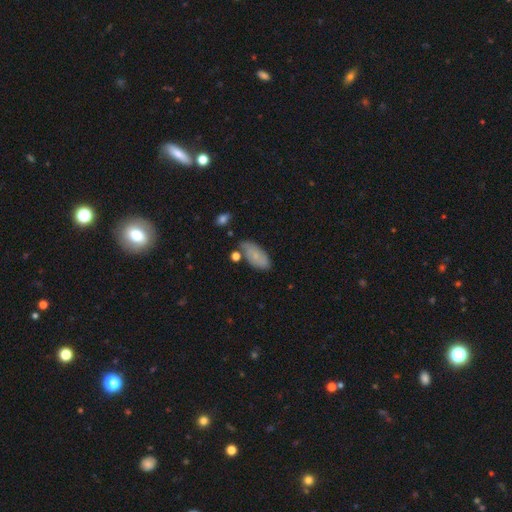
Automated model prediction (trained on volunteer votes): smooth_or_featured: smooth (p=0.71) [alt: featured or disk p=0.21]
how_rounded: in between (p=0.90) [alt: cigar-shaped p=0.07]
merging: none (p=0.63) [alt: minor disturbance p=0.24]